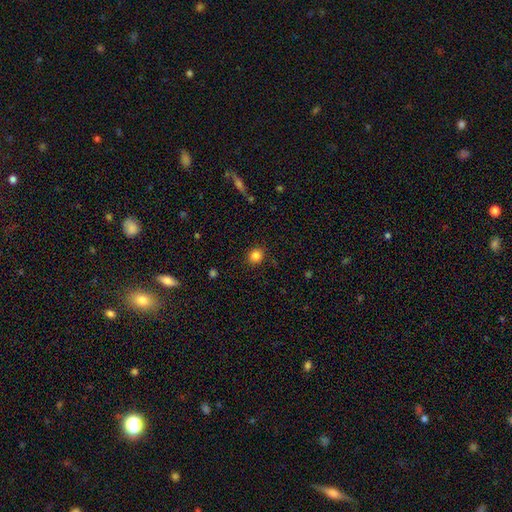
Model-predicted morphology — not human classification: A smooth galaxy with no disk features (84%) that is round (87%). Merging: none (90%).